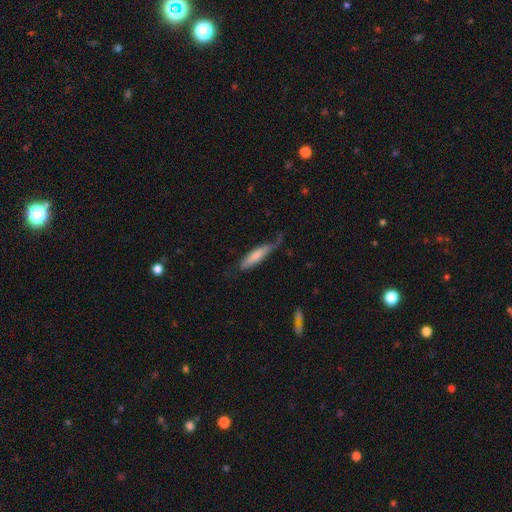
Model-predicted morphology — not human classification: smooth-or-featured: smooth: 72% | featured or disk: 23% | star or artifact: 5%
  how-rounded: cigar-shaped: 79% | in between: 19% | round: 2%
  merging: none: 47% | minor disturbance: 35% | major disturbance: 15% | merger: 3%